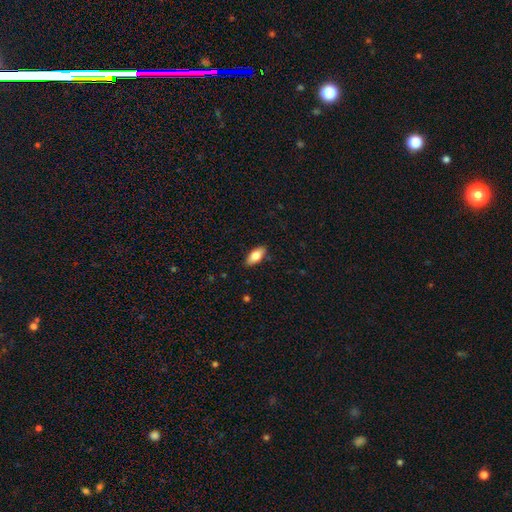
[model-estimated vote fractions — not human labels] A smooth galaxy with no disk features (80%) that is in between round and cigar-shaped (87%).

Vote fractions:
- Smooth or featured? smooth: 80% / featured or disk: 14% / star or artifact: 6%
- How rounded? in between: 87% / cigar-shaped: 11% / round: 2%
- Merging? none: 88% / minor disturbance: 9% / major disturbance: 2% / merger: 1%